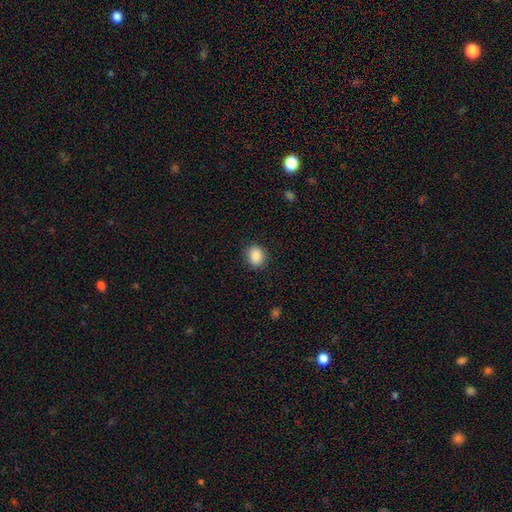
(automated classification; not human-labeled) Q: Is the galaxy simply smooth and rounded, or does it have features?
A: smooth — 87%.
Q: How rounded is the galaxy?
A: round — 61%.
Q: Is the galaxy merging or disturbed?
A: none — 87%.